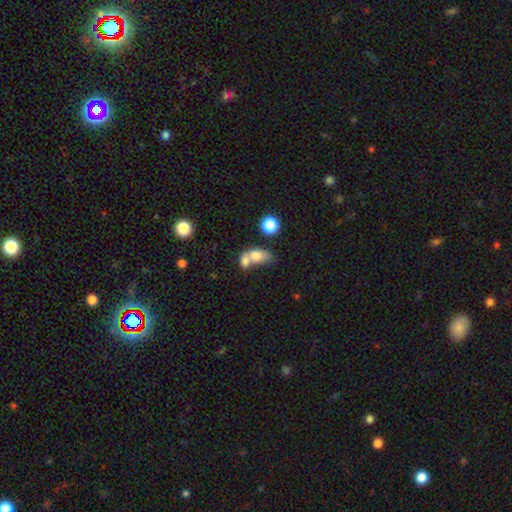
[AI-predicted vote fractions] A smooth galaxy with no disk features (73%) that is in between round and cigar-shaped (75%). Merging: merger (65%).